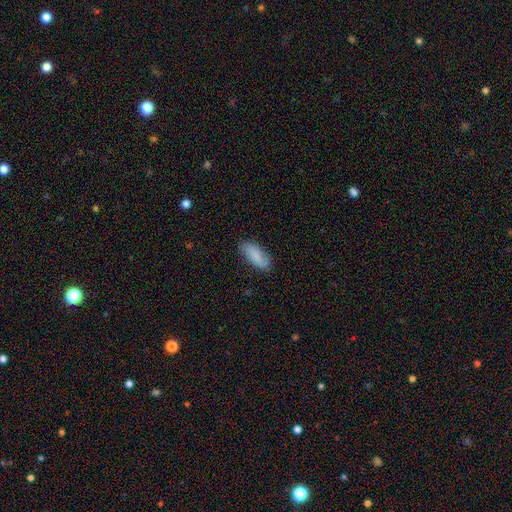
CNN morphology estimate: This appears to be a smooth galaxy with no disk features (77%) that is in between round and cigar-shaped (87%). Merging: none (74%).